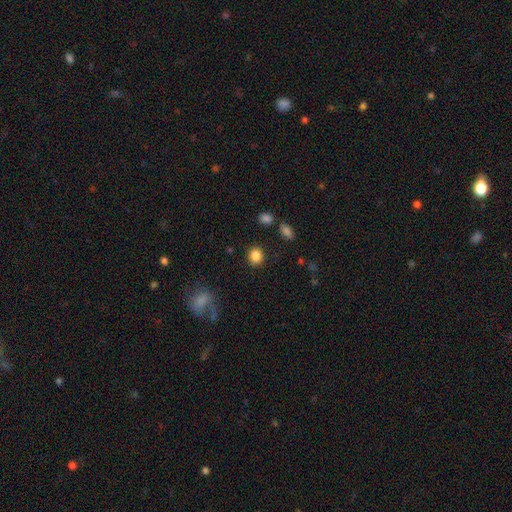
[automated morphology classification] smooth-or-featured: smooth: 85% | star or artifact: 10% | featured or disk: 4%
  how-rounded: round: 75% | in between: 24% | cigar-shaped: 1%
  merging: none: 88% | minor disturbance: 7% | major disturbance: 3% | merger: 2%